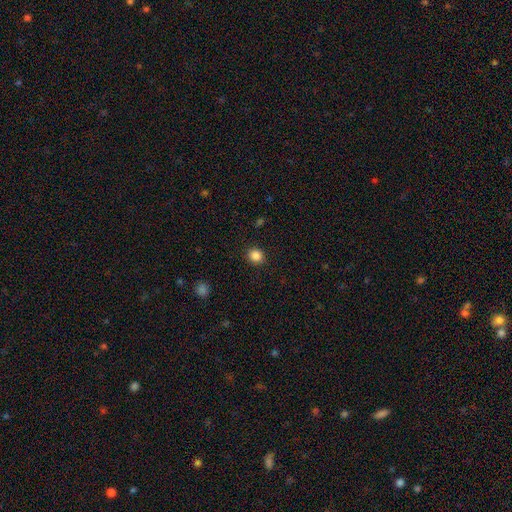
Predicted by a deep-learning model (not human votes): A smooth galaxy with no disk features (86%) that is round (85%). Merging: none (91%).